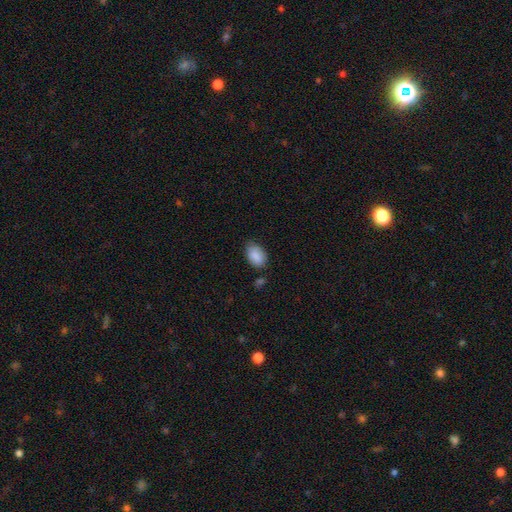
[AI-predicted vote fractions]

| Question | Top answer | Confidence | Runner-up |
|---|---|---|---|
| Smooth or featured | smooth | 88% | star or artifact (7%) |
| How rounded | in between | 87% | round (11%) |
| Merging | none | 68% | minor disturbance (24%) |